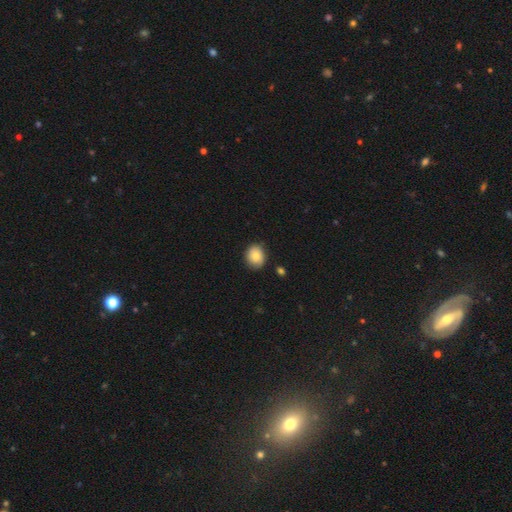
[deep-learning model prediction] Morphology: type=smooth (76%); roundness=round (69%); merging=none (78%).